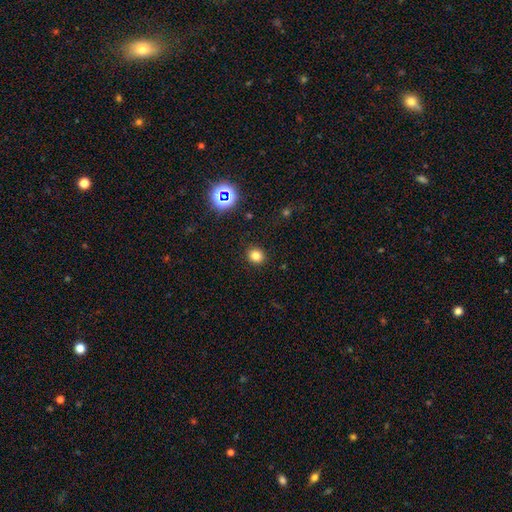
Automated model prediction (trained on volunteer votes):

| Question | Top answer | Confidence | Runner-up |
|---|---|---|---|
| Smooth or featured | smooth | 78% | star or artifact (16%) |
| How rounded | round | 76% | in between (23%) |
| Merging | none | 90% | minor disturbance (6%) |